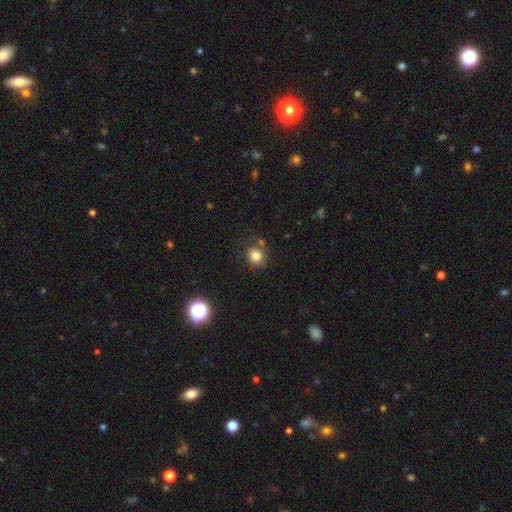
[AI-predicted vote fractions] Smooth or featured?
  - smooth: 81% *
  - star or artifact: 12%
  - featured or disk: 7%
How rounded?
  - round: 84% *
  - in between: 15%
  - cigar-shaped: 1%
Merging?
  - none: 74% *
  - minor disturbance: 13%
  - merger: 8%
  - major disturbance: 5%